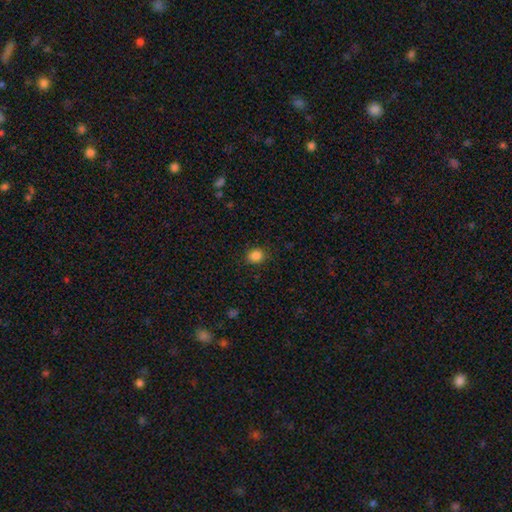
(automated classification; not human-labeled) A smooth galaxy with no disk features (86%) that is round (65%).

Vote fractions:
- Smooth or featured? smooth: 86% / star or artifact: 11% / featured or disk: 4%
- How rounded? round: 65% / in between: 34% / cigar-shaped: 1%
- Merging? none: 87% / minor disturbance: 9% / major disturbance: 3% / merger: 1%